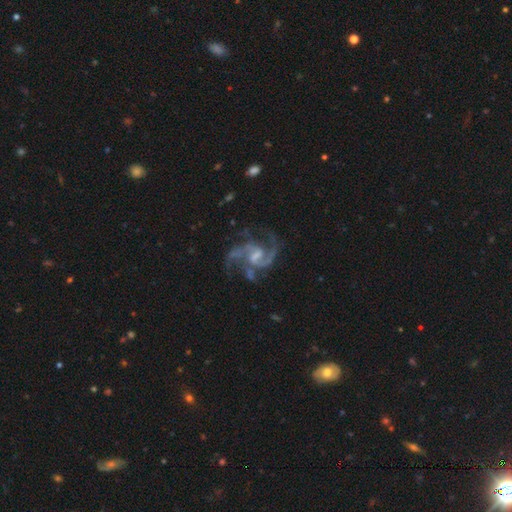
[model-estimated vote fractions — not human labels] Smooth or featured: featured or disk — 90% (star or artifact — 7%)
Edge-on disk: no — 98% (yes — 2%)
Bar: weak — 51% (no — 33%)
Spiral arms: yes — 97% (no — 3%)
Spiral winding: medium — 57% (loose — 28%)
Spiral arm count: 2 — 43% (3 — 31%)
Bulge size: small — 41% (moderate — 36%)
Merging: none — 60% (major disturbance — 19%)